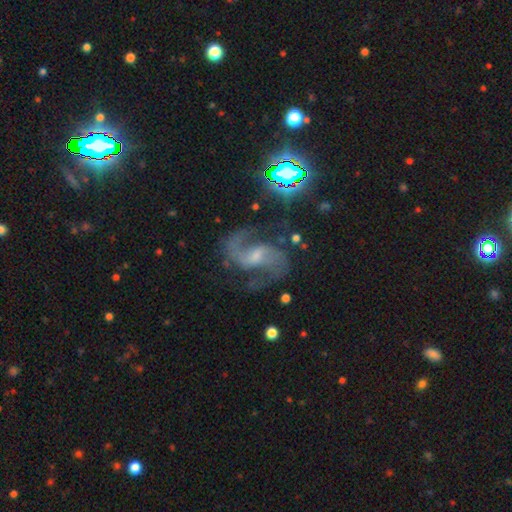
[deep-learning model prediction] This is clearly a featured or disk galaxy (82%). It is clearly not viewed edge-on (97%). Bar: possibly weak (50%). Spiral arm pattern: clearly yes (97%). Spiral arm count: clearly 2 (89%). Spiral winding: possibly medium (54%). Central bulge: possibly small (54%). Merging: likely none (73%).